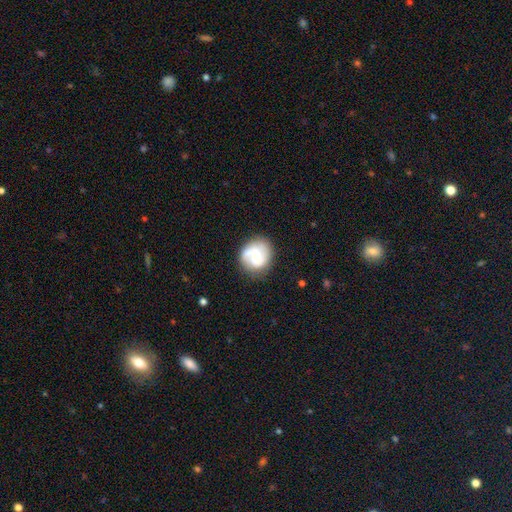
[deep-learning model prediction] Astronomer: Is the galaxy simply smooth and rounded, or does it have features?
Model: featured or disk — 60%.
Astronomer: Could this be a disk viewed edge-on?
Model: no — 98%.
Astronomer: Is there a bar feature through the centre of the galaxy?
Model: no — 45% (runner-up: weak, 43%).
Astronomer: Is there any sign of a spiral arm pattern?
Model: yes — 87%.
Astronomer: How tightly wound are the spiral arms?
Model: medium — 44% (runner-up: tight, 28%).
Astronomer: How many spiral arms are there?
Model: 2 — 71%.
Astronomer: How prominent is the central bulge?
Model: small — 48% (runner-up: moderate, 32%).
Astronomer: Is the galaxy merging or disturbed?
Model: none — 70%.